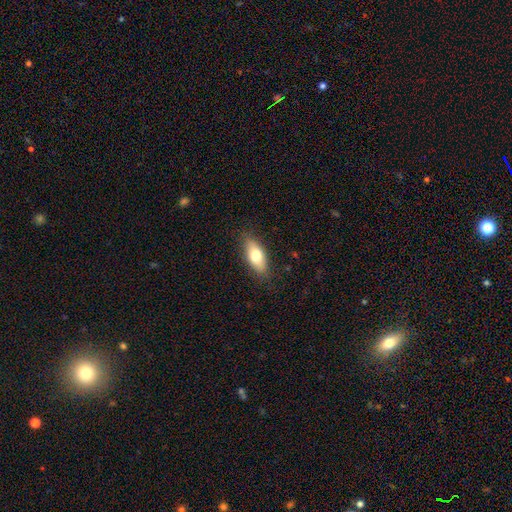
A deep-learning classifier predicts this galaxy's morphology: This appears to be a smooth galaxy with no disk features (74%) that is in between round and cigar-shaped (79%). Merging: none (85%).